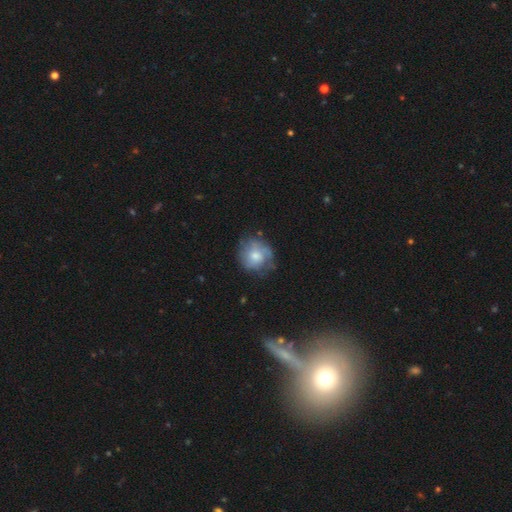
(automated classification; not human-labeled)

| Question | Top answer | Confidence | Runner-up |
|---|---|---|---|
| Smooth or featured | smooth | 51% | featured or disk (42%) |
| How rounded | round | 81% | in between (18%) |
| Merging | none | 62% | minor disturbance (25%) |